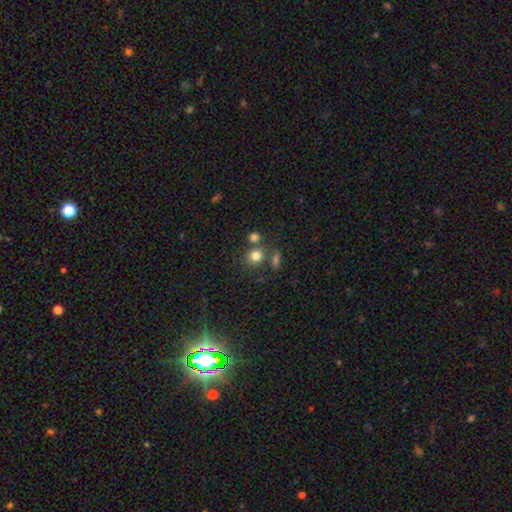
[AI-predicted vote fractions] smooth-or-featured: smooth: 80% | star or artifact: 13% | featured or disk: 8%
  how-rounded: round: 78% | in between: 21% | cigar-shaped: 1%
  merging: none: 66% | merger: 19% | minor disturbance: 11% | major disturbance: 5%